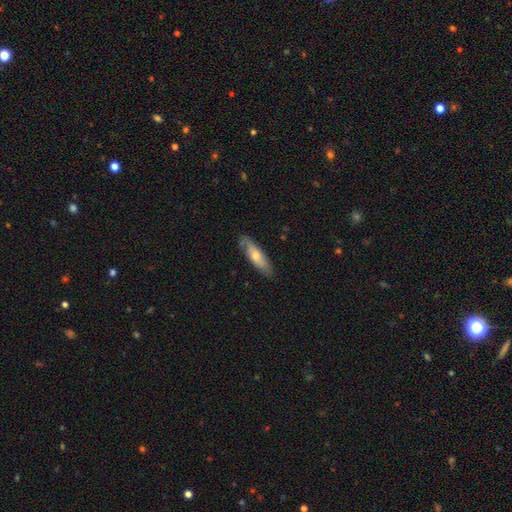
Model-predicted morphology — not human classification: smooth 59%, featured or disk 36%, star or artifact 6%. Down the decision tree: how rounded — cigar-shaped (52%); merging — none (76%).